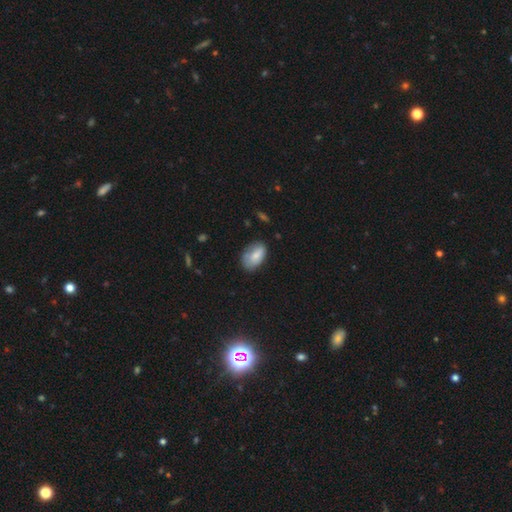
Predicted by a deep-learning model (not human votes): Smooth or featured? Predicted: smooth (p=0.76). How rounded? Predicted: in between (p=0.92). Merging? Predicted: none (p=0.61).